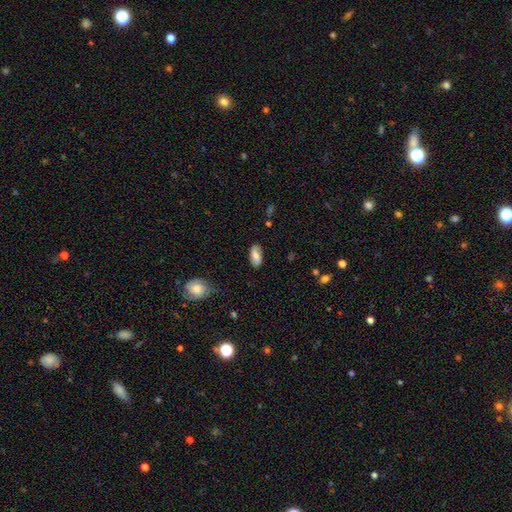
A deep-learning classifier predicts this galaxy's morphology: A smooth galaxy with no disk features (63%) that is in between round and cigar-shaped (90%). Merging: none (78%).